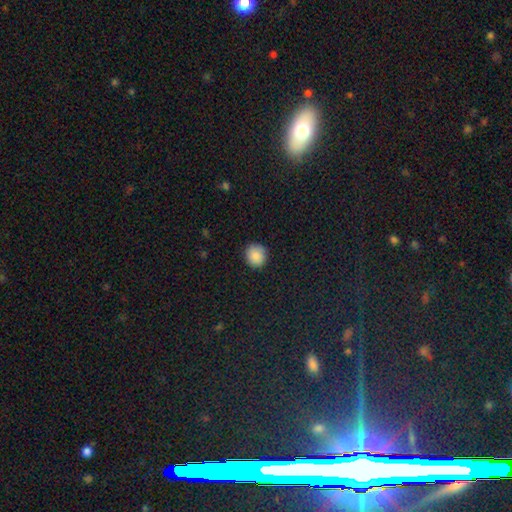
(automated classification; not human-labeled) Smooth or featured? smooth (88%)
How rounded? round (90%)
Merging? none (88%)